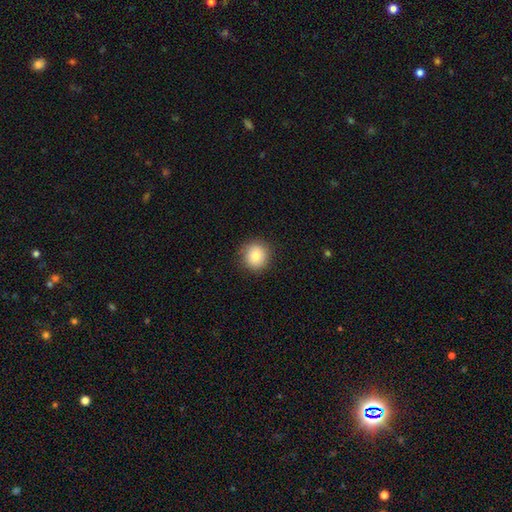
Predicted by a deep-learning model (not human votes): Overall: smooth (83%). How rounded: round (91%). Merging: none (89%).